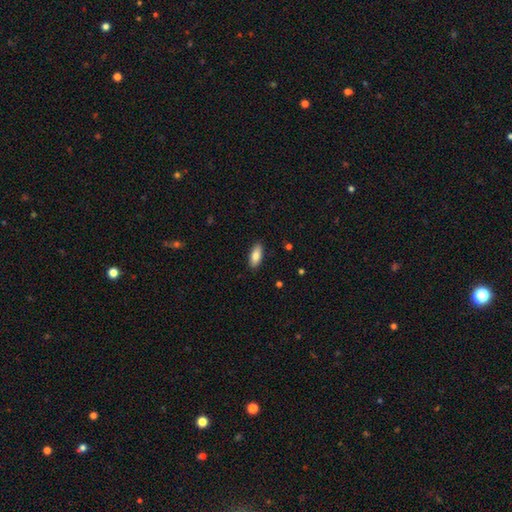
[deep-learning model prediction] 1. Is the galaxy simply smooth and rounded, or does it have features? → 83% smooth, 11% featured or disk, 6% star or artifact.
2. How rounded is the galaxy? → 83% in between, 15% cigar-shaped, 2% round.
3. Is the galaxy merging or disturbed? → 89% none, 8% minor disturbance, 2% major disturbance, 1% merger.